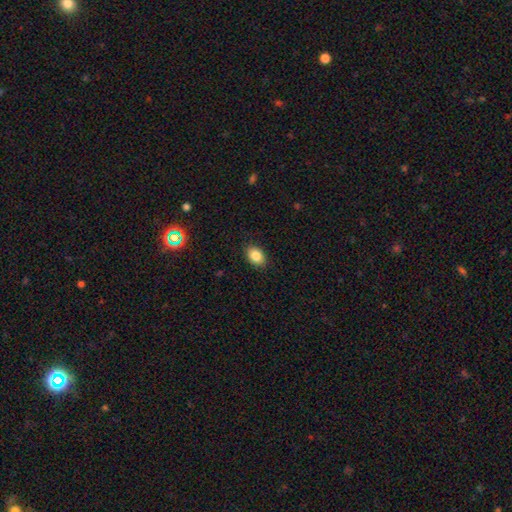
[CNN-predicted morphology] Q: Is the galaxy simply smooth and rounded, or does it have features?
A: smooth — 86%.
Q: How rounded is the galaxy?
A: in between — 81%.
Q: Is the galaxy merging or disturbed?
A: none — 88%.